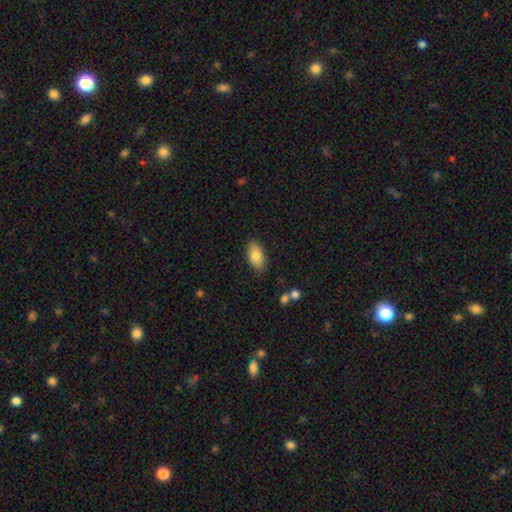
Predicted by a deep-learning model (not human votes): Smooth or featured? smooth (81%)
How rounded? in between (93%)
Merging? none (85%)